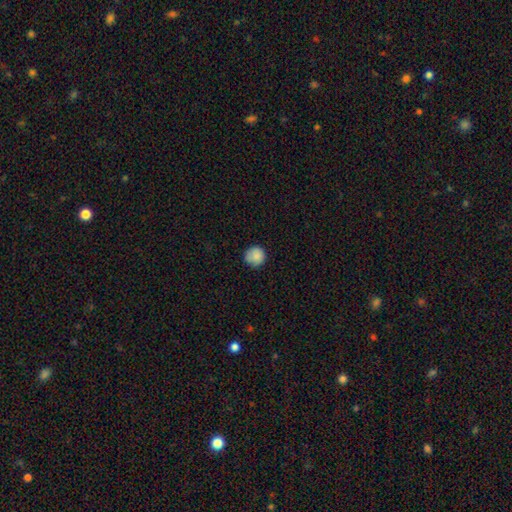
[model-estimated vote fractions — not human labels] Smooth or featured: smooth — 86% (star or artifact — 8%)
How rounded: round — 94% (in between — 5%)
Merging: none — 82% (minor disturbance — 15%)